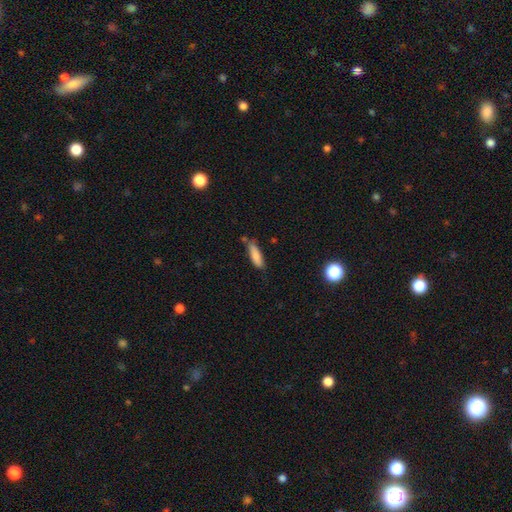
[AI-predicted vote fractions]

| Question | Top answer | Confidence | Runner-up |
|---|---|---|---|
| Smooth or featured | smooth | 84% | featured or disk (9%) |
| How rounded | cigar-shaped | 56% | in between (42%) |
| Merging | none | 64% | minor disturbance (23%) |